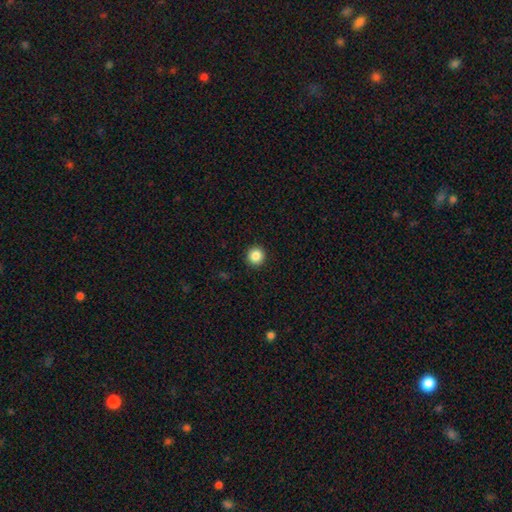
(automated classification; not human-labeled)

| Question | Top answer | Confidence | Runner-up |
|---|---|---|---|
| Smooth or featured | smooth | 87% | star or artifact (10%) |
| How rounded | round | 95% | in between (4%) |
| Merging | none | 93% | minor disturbance (4%) |